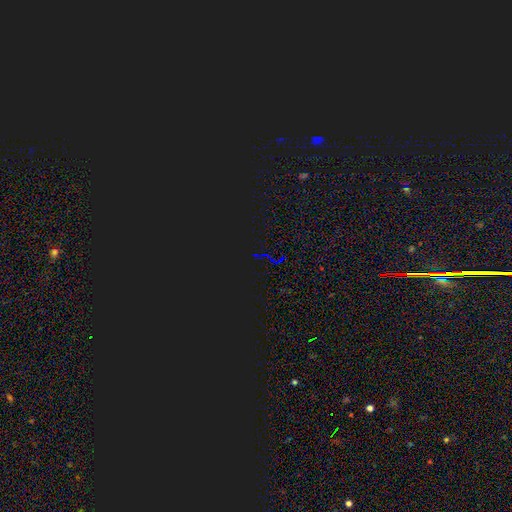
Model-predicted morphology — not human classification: The model was most divided on "smooth or featured": star or artifact: 85%, smooth: 9%, featured or disk: 6%.